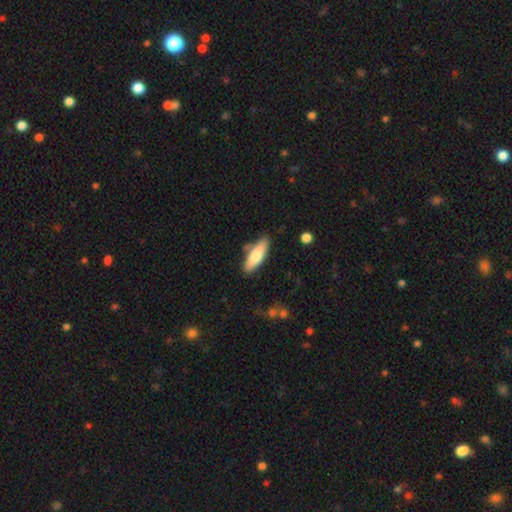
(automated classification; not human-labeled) Smooth or featured: smooth — 73% (featured or disk — 21%)
How rounded: in between — 59% (cigar-shaped — 39%)
Merging: none — 77% (minor disturbance — 15%)